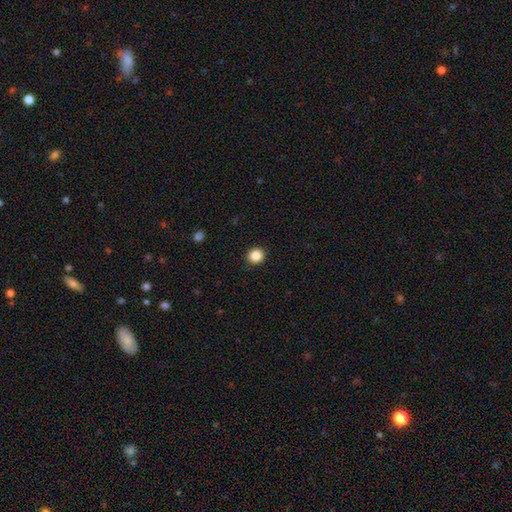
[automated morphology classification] A smooth galaxy with no disk features (87%) that is round (88%).

Vote fractions:
- Smooth or featured? smooth: 87% / star or artifact: 10% / featured or disk: 3%
- How rounded? round: 88% / in between: 11% / cigar-shaped: 1%
- Merging? none: 92% / minor disturbance: 5% / major disturbance: 2% / merger: 1%